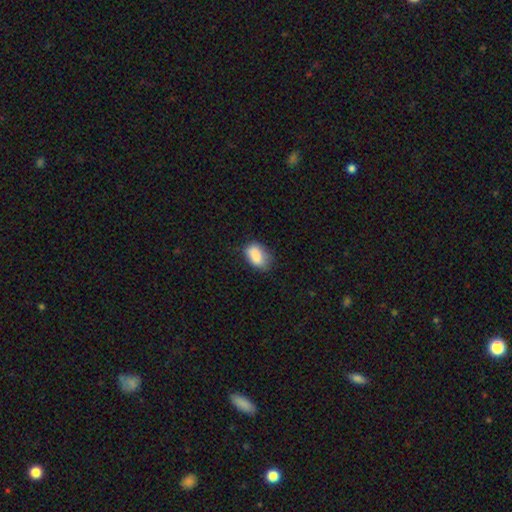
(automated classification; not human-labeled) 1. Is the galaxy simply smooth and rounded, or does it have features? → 85% smooth, 8% star or artifact, 8% featured or disk.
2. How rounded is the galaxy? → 87% in between, 11% round, 2% cigar-shaped.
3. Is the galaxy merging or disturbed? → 63% none, 28% minor disturbance, 6% major disturbance, 2% merger.